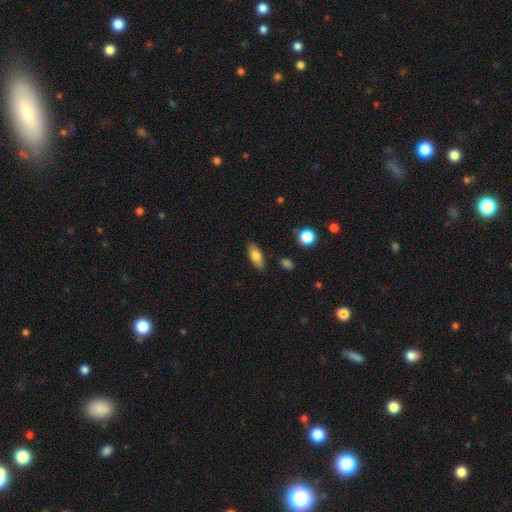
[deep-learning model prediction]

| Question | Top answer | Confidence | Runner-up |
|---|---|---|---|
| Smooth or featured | smooth | 77% | featured or disk (15%) |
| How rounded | in between | 82% | cigar-shaped (14%) |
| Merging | none | 85% | minor disturbance (11%) |